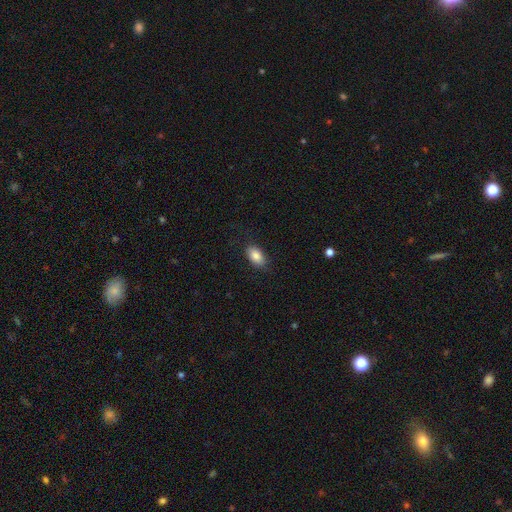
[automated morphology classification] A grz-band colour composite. It shows a smooth galaxy with no disk features (86%) that is in between round and cigar-shaped (92%). Merging: none (85%).